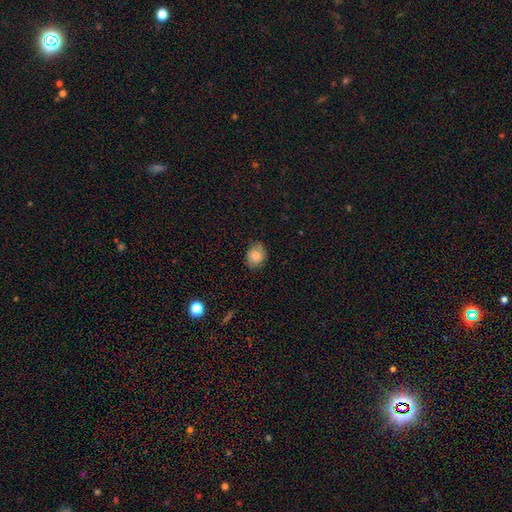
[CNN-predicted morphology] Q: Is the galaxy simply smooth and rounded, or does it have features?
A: smooth — 78%.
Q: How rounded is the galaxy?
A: round — 54%.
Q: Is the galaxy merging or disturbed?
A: none — 76%.